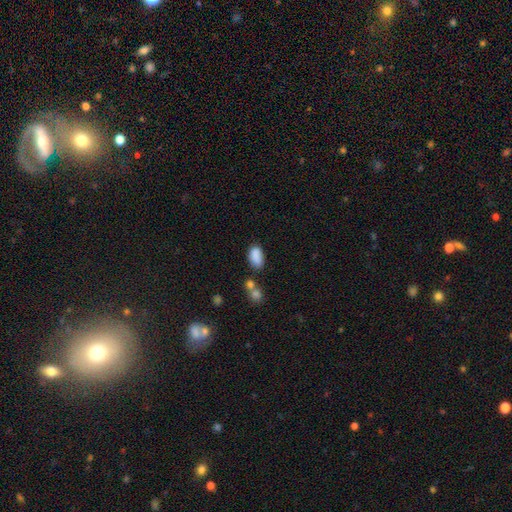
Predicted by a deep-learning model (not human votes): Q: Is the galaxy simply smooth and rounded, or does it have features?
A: smooth — 86%.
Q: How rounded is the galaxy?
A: in between — 92%.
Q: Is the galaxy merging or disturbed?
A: none — 62%.